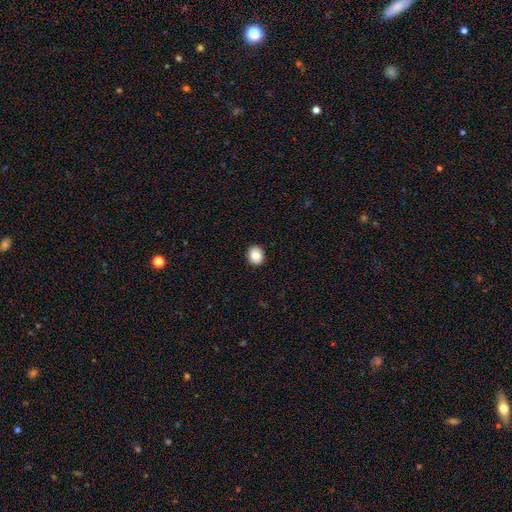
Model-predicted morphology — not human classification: smooth_or_featured: smooth (p=0.86) [alt: star or artifact p=0.08]
how_rounded: round (p=0.69) [alt: in between p=0.30]
merging: none (p=0.92) [alt: minor disturbance p=0.06]